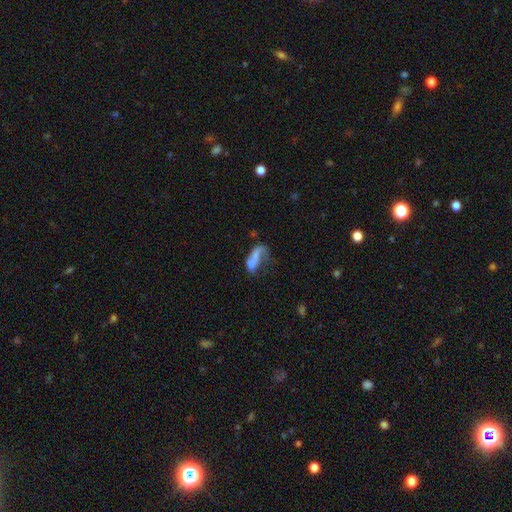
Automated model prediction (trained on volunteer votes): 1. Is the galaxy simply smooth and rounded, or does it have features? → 47% smooth, 41% featured or disk, 13% star or artifact.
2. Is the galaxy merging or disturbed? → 38% major disturbance, 28% none, 19% minor disturbance, 15% merger.